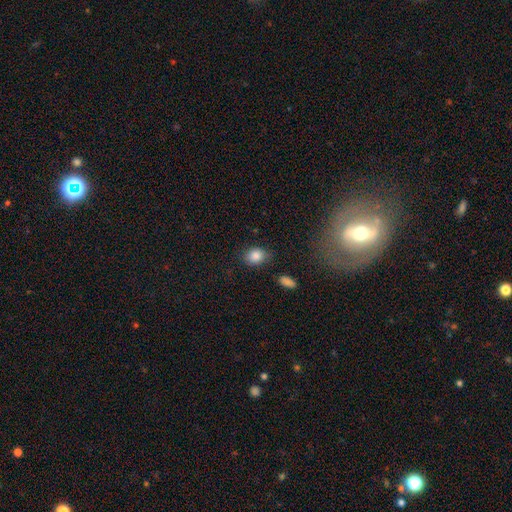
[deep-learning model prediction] The model was most divided on "how rounded": in between: 57%, round: 42%, cigar-shaped: 1%. More confident: smooth or featured — smooth (86%); merging — none (78%).